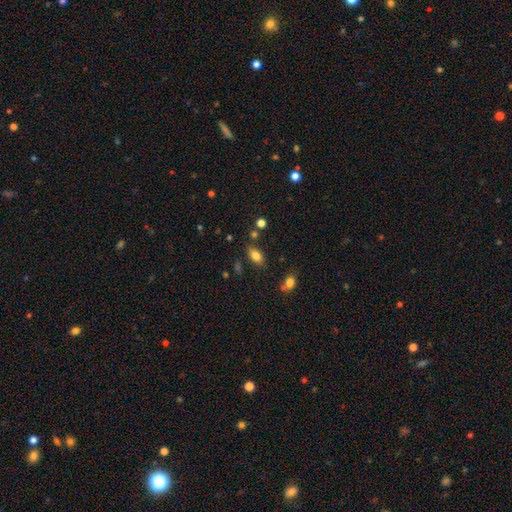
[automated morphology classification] smooth 80%, star or artifact 10%, featured or disk 10%. Down the decision tree: how rounded — in between (87%); merging — none (77%).